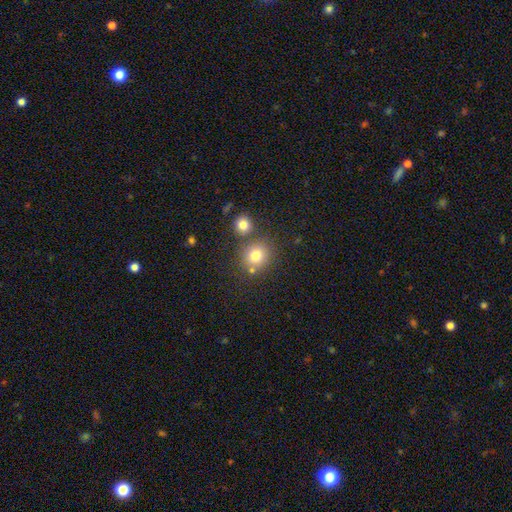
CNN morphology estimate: A smooth galaxy with no disk features (78%) that is round (84%). Merging: none (69%).